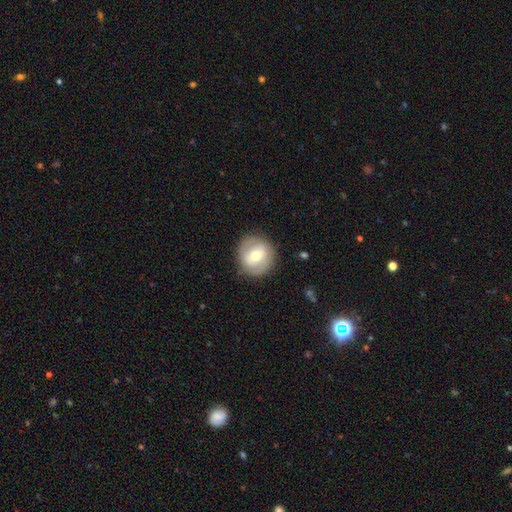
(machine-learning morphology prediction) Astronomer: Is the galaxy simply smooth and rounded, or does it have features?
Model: featured or disk — 50% (runner-up: smooth, 43%).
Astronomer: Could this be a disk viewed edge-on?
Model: no — 96%.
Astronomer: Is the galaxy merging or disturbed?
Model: none — 85%.